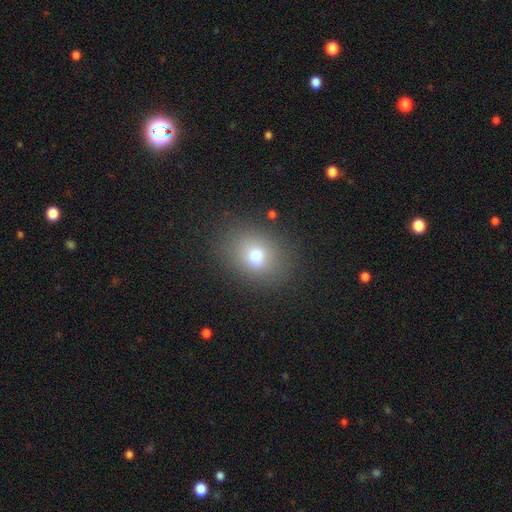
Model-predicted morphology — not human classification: Smooth or featured?
  - smooth: 77% *
  - star or artifact: 13%
  - featured or disk: 11%
How rounded?
  - in between: 58% *
  - round: 41%
  - cigar-shaped: 1%
Merging?
  - none: 86% *
  - minor disturbance: 9%
  - major disturbance: 4%
  - merger: 1%